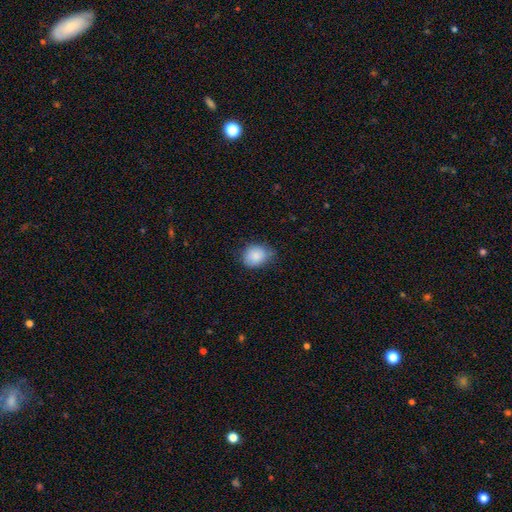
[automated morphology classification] smooth-or-featured: smooth: 86% | star or artifact: 8% | featured or disk: 6%
  how-rounded: round: 56% | in between: 43% | cigar-shaped: 1%
  merging: none: 70% | minor disturbance: 24% | major disturbance: 4% | merger: 1%